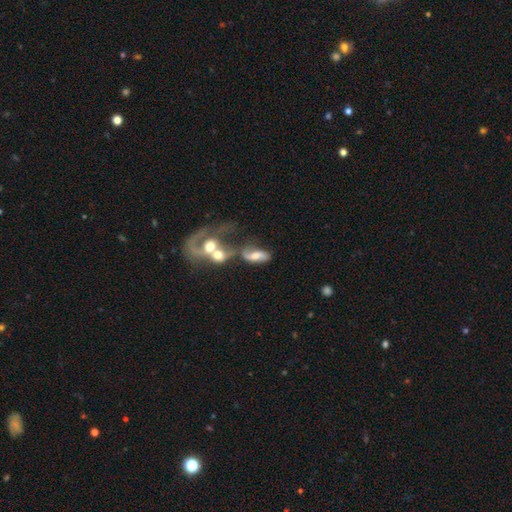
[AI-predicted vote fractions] Morphology: type=featured or disk (50%); merging=merger (42%).